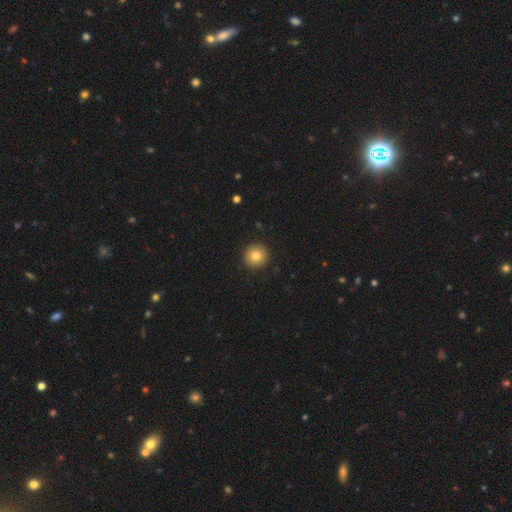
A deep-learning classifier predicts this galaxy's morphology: This appears to be a smooth galaxy with no disk features (81%) that is round (95%). Merging: none (92%).